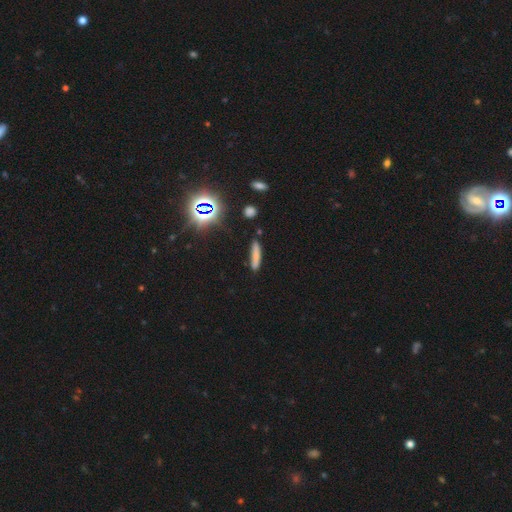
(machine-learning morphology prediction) The model was most divided on "smooth or featured": smooth: 73%, star or artifact: 14%, featured or disk: 13%. More confident: how rounded — cigar-shaped (88%); merging — none (80%).